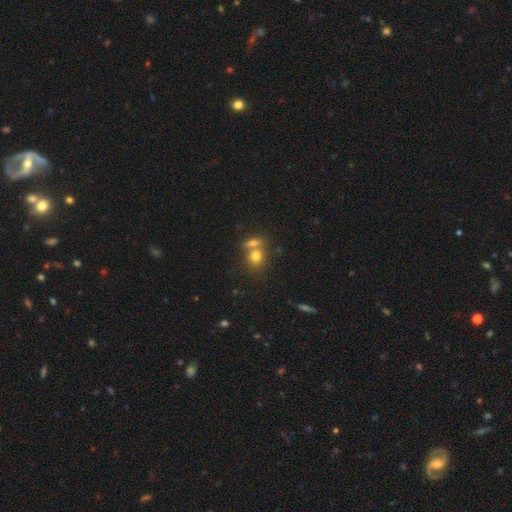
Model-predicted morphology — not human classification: Overall: smooth (76%). How rounded: round (58%; in between 39%). Merging: merger (45%; none 42%).